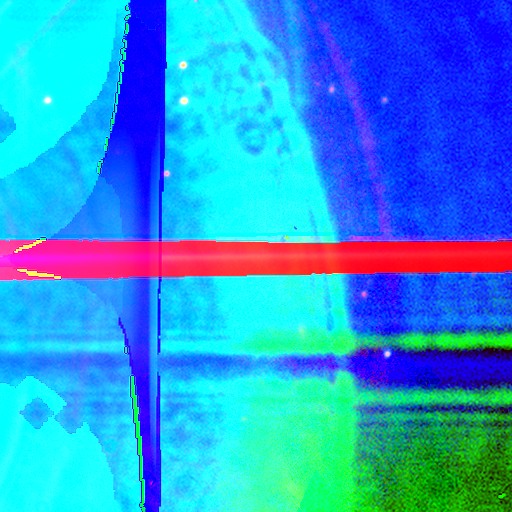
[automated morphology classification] This is clearly a star or artifact rather than a galaxy (85%).